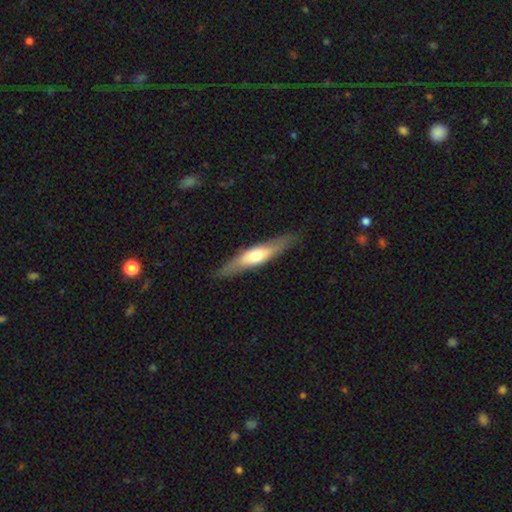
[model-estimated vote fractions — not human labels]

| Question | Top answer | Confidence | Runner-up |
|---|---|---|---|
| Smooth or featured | featured or disk | 51% | smooth (44%) |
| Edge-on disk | yes | 81% | no (19%) |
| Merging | none | 84% | minor disturbance (12%) |